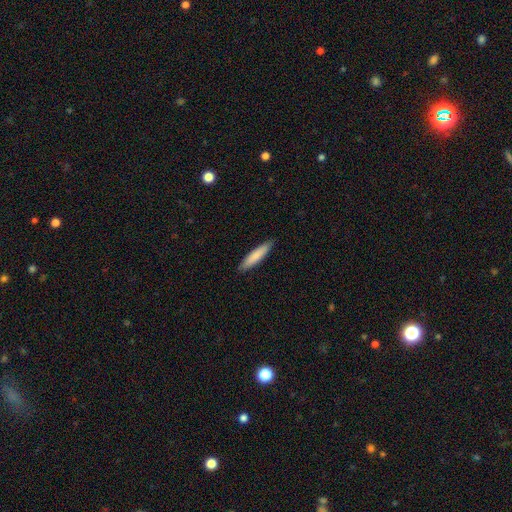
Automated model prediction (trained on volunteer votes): Smooth or featured? Predicted: smooth (p=0.83). How rounded? Predicted: cigar-shaped (p=0.83). Merging? Predicted: none (p=0.89).